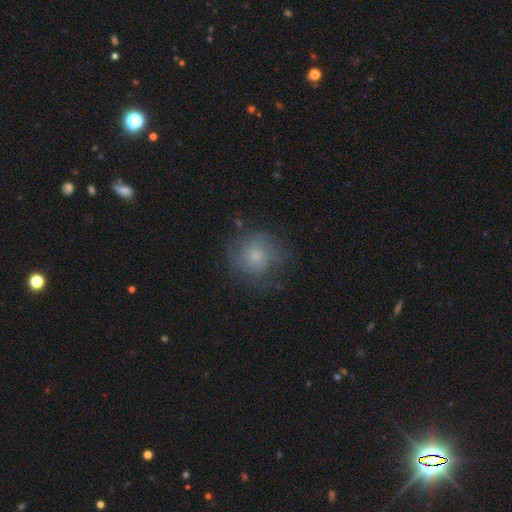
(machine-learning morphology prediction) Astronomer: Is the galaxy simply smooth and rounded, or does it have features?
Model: smooth — 62%.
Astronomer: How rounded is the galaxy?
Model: round — 88%.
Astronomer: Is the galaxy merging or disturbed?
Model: none — 64%.